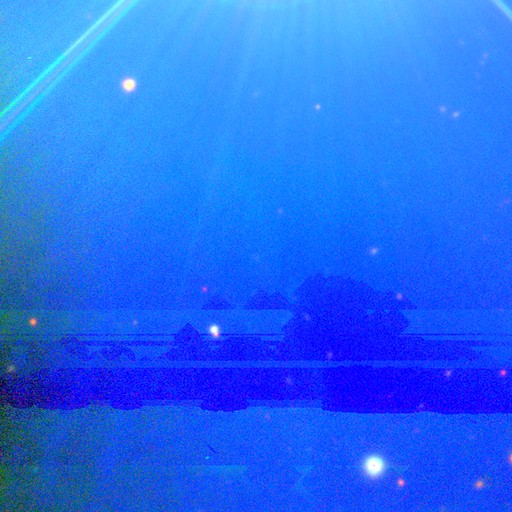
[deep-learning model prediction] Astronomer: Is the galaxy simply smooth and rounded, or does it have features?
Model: star or artifact — 81%.